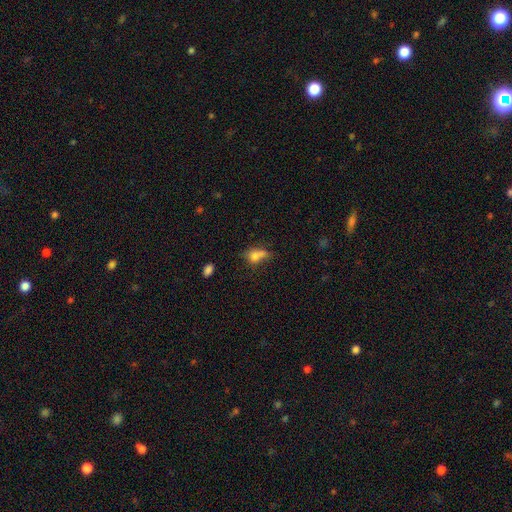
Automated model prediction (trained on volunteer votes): Smooth or featured: smooth — 71% (featured or disk — 17%)
How rounded: in between — 61% (round — 33%)
Merging: none — 36% (minor disturbance — 25%)